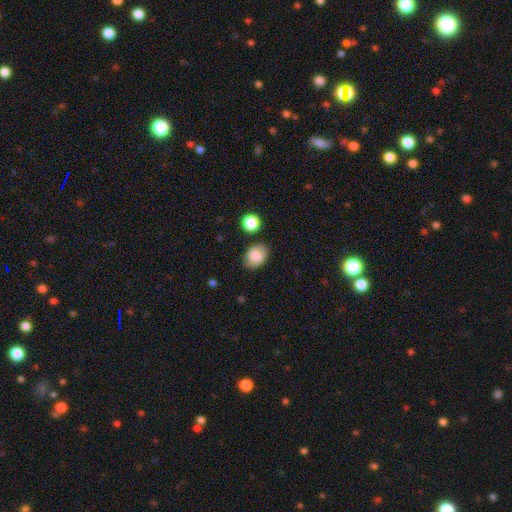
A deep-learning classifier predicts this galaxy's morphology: smooth-or-featured: smooth: 82% | featured or disk: 10% | star or artifact: 8%
  how-rounded: in between: 73% | round: 26% | cigar-shaped: 1%
  merging: none: 79% | minor disturbance: 15% | major disturbance: 3% | merger: 3%